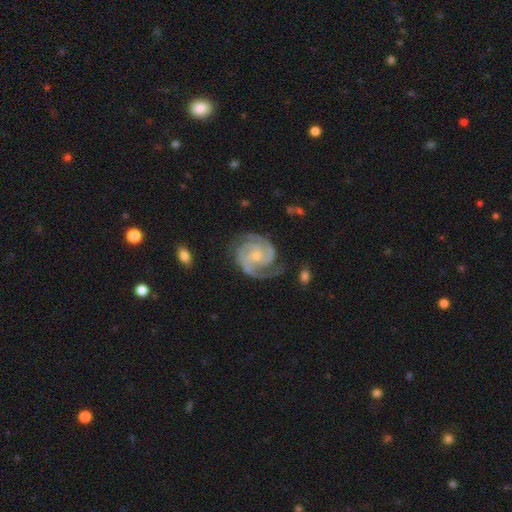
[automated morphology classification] This is clearly a featured or disk galaxy (93%). It is clearly not viewed edge-on (98%). Bar: likely no (62%). Spiral arm pattern: clearly yes (99%). Spiral arm count: likely 2 (60%). Spiral winding: likely tight (60%). Central bulge: likely small (70%). Merging: likely none (76%).